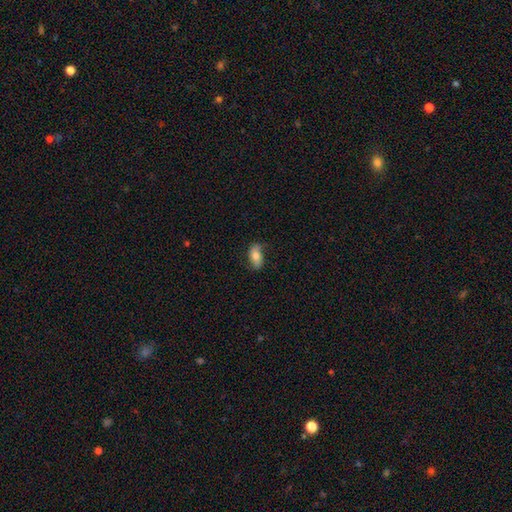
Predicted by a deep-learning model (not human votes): smooth 67%, featured or disk 26%, star or artifact 7%. Down the decision tree: how rounded — in between (89%); merging — none (70%).